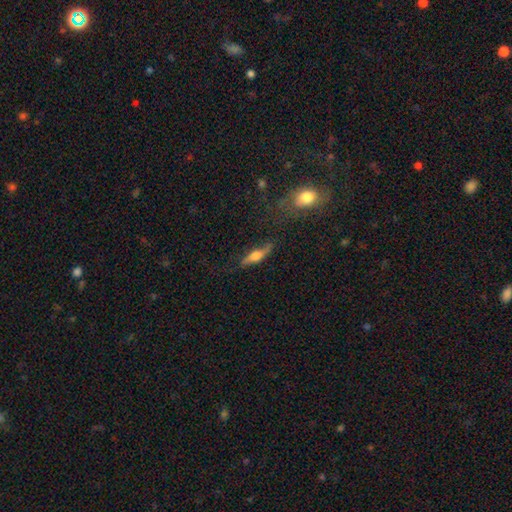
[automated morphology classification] A featured or disk galaxy (58%) viewed edge-on (86%). Merging: none (73%).